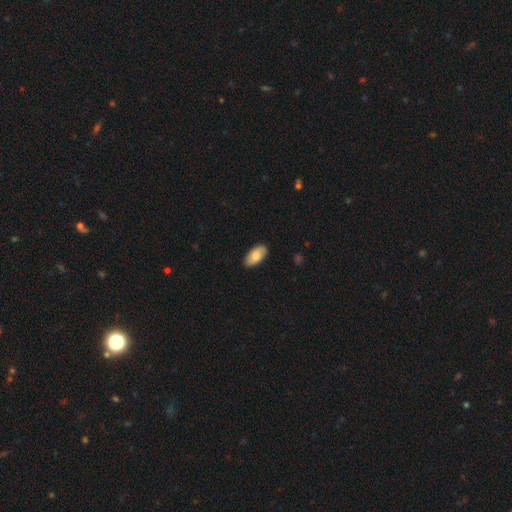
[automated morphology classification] A smooth galaxy with no disk features (78%) that is in between round and cigar-shaped (94%).

Vote fractions:
- Smooth or featured? smooth: 78% / featured or disk: 16% / star or artifact: 6%
- How rounded? in between: 94% / cigar-shaped: 4% / round: 2%
- Merging? none: 88% / minor disturbance: 9% / major disturbance: 2% / merger: 1%